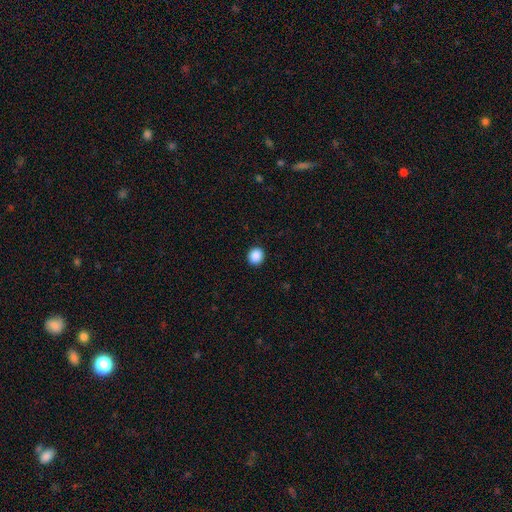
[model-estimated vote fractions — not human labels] The model was most divided on "how rounded": round: 85%, in between: 14%, cigar-shaped: 1%. More confident: merging — none (92%); smooth or featured — smooth (89%).